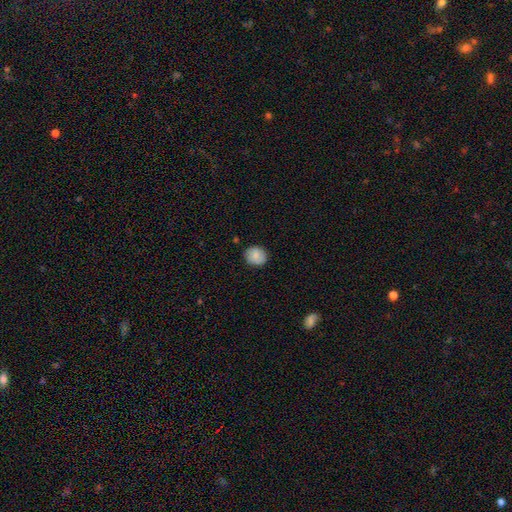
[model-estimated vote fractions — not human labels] Smooth or featured? smooth (82%)
How rounded? round (76%)
Merging? none (84%)